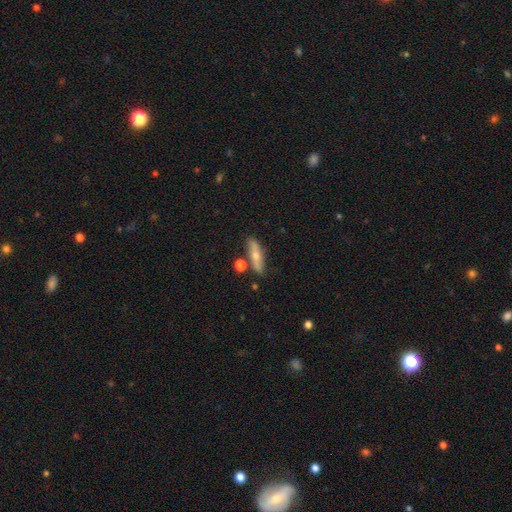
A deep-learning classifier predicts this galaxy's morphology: Smooth or featured? smooth (57%)
How rounded? cigar-shaped (59%)
Merging? none (72%)